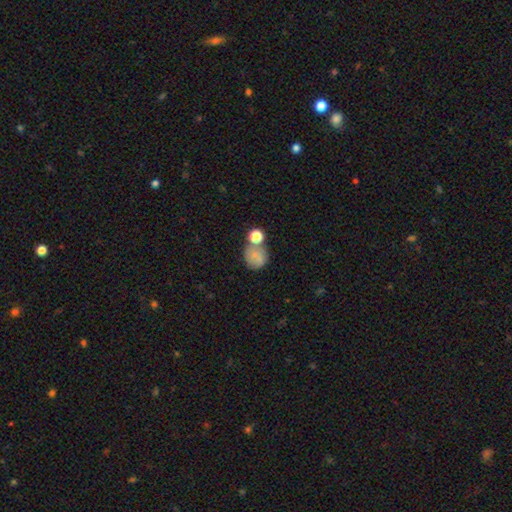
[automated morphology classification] Overall: smooth (75%). How rounded: round (80%). Merging: none (48%; merger 29%).